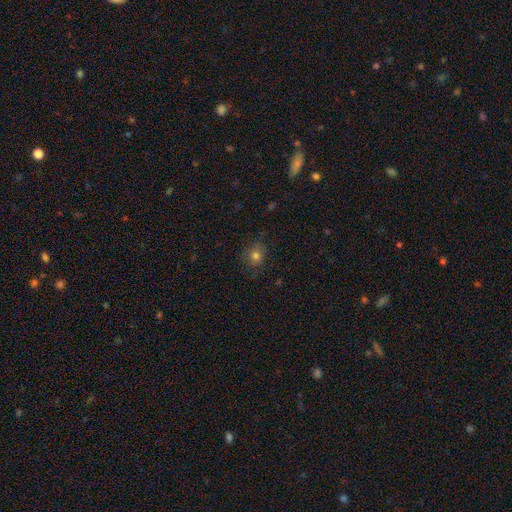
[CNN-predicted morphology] A smooth galaxy with no disk features (77%) that is round (71%). Merging: none (80%).